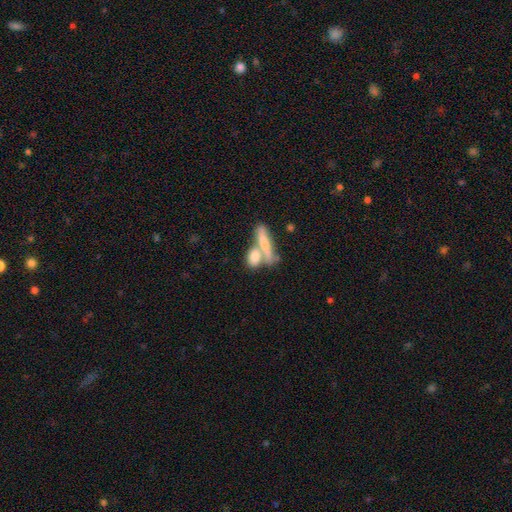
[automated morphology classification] Smooth or featured: smooth — 71% (featured or disk — 21%)
How rounded: cigar-shaped — 44% (in between — 40%)
Merging: merger — 45% (none — 39%)